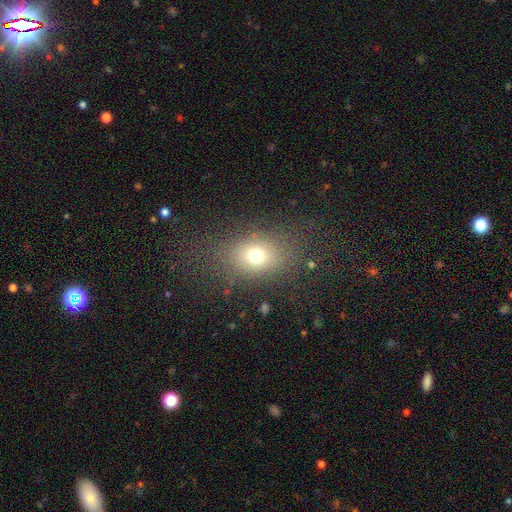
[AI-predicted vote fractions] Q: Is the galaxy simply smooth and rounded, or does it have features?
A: smooth — 70%.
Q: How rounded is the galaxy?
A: in between — 57%.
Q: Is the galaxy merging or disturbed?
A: none — 78%.